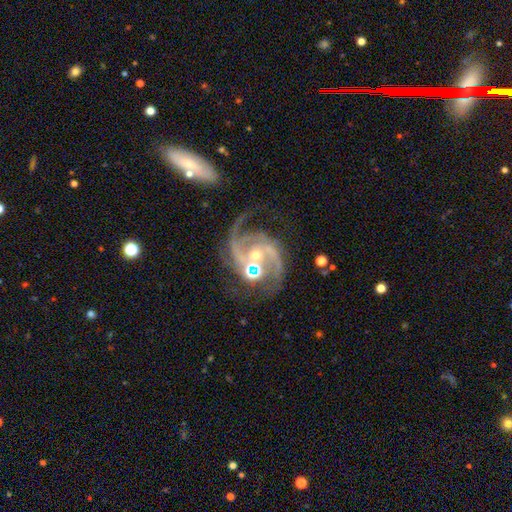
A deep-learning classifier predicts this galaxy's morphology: type=featured or disk (91%); edge-on=no (98%); bar=no (50%); spiral arms=yes (98%); winding=medium (60%); arm count=2 (76%); bulge=small (51%); merging=none (53%).